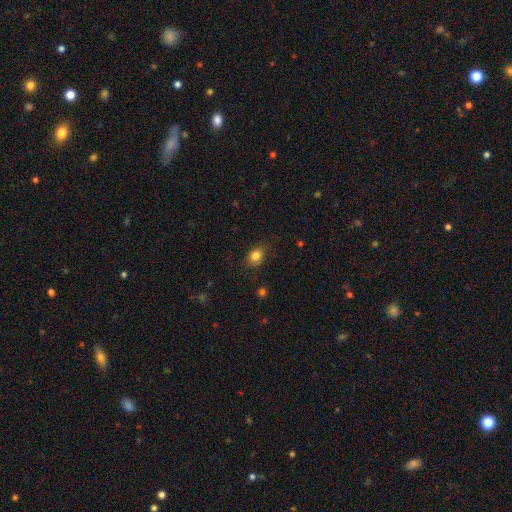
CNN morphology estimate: Smooth or featured? smooth (83%)
How rounded? in between (58%)
Merging? none (78%)